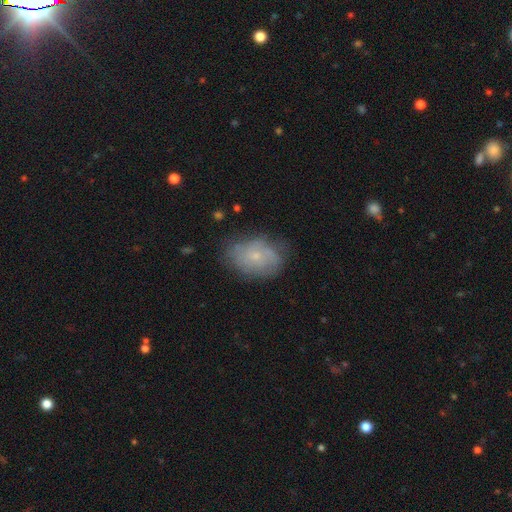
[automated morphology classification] This is possibly a smooth galaxy (47%). Merging: likely none (64%).